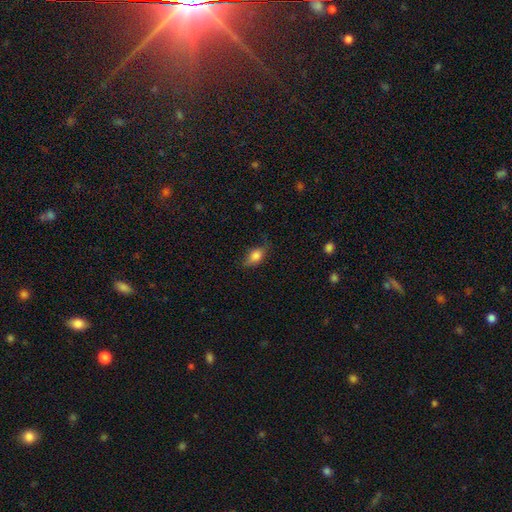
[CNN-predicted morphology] Smooth or featured: smooth — 80% (featured or disk — 11%)
How rounded: in between — 84% (round — 10%)
Merging: none — 64% (minor disturbance — 27%)